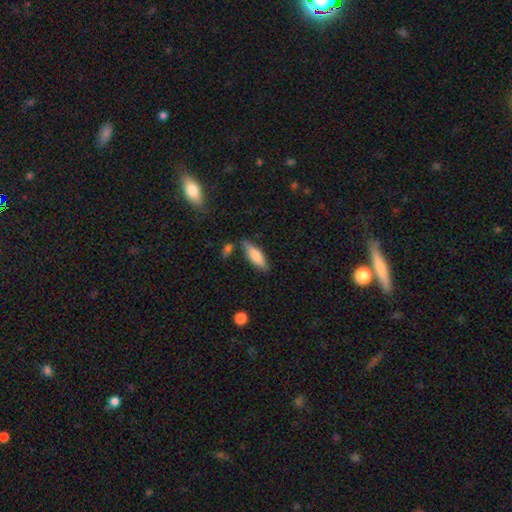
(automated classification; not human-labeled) smooth-or-featured: smooth: 77% | featured or disk: 17% | star or artifact: 6%
  how-rounded: cigar-shaped: 50% | in between: 49% | round: 2%
  merging: none: 74% | minor disturbance: 16% | merger: 6% | major disturbance: 4%